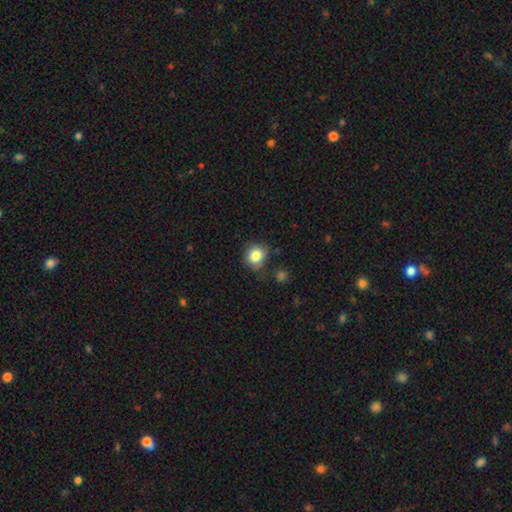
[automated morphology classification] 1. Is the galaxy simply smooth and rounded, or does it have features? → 83% smooth, 10% star or artifact, 7% featured or disk.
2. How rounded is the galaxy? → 80% round, 20% in between, 1% cigar-shaped.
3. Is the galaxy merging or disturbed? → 74% none, 18% minor disturbance, 4% major disturbance, 3% merger.